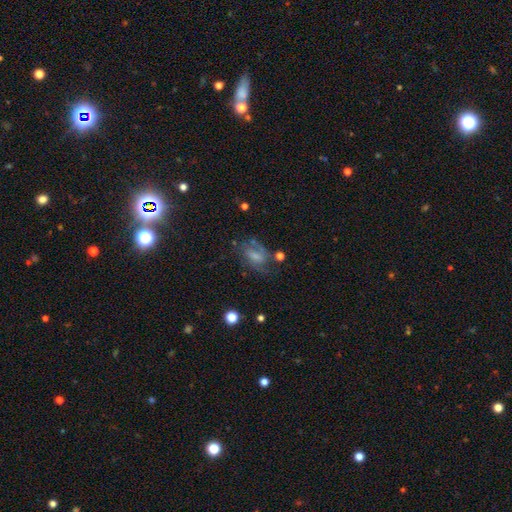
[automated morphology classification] smooth-or-featured: featured or disk: 50% | smooth: 37% | star or artifact: 13%
  merging: none: 48% | minor disturbance: 24% | major disturbance: 22% | merger: 6%